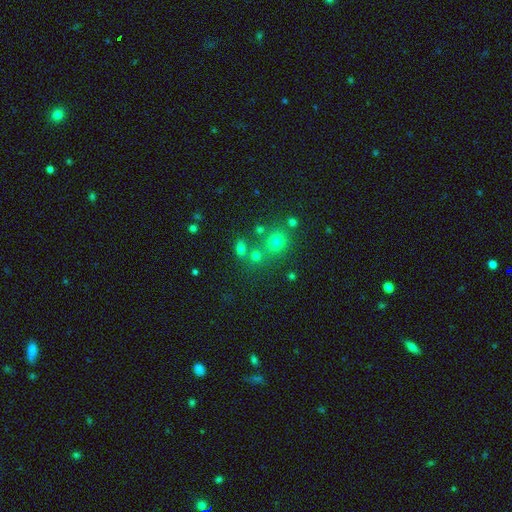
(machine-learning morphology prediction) This appears to be a smooth galaxy with no disk features (68%) that is round (70%). Merging: none (58%).